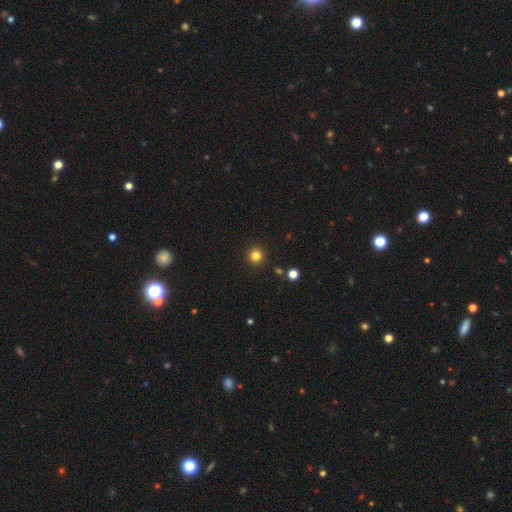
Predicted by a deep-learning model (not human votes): This appears to be a smooth galaxy with no disk features (82%) that is round (94%). Merging: none (92%).